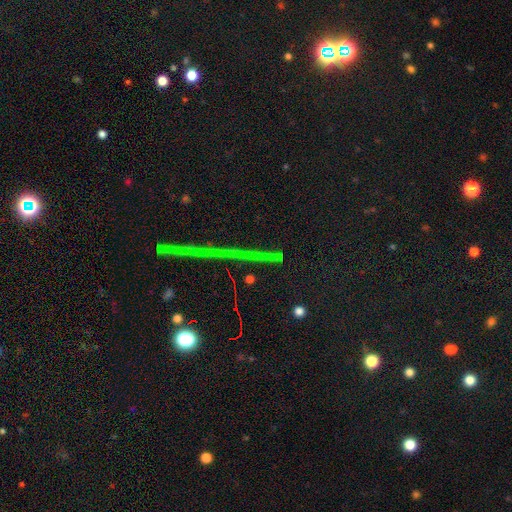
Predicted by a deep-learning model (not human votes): Smooth or featured? Predicted: star or artifact (p=0.80).